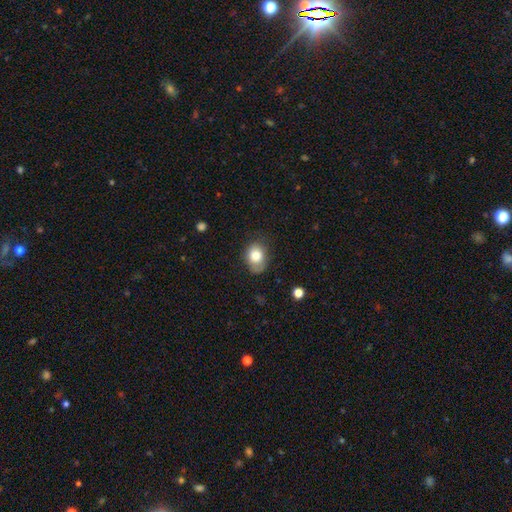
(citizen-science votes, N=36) smooth_or_featured: smooth (p=0.86) [alt: featured or disk p=0.11]
how_rounded: in between (p=0.65) [alt: round p=0.35]
merging: none (p=0.51) [alt: minor disturbance p=0.37]